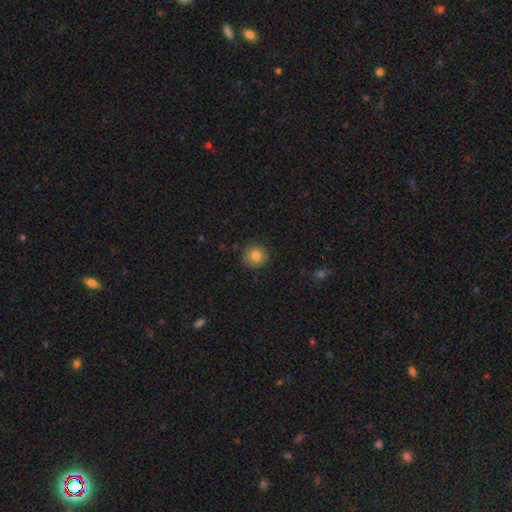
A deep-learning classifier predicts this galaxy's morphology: A smooth galaxy with no disk features (82%) that is round (91%).

Vote fractions:
- Smooth or featured? smooth: 82% / star or artifact: 10% / featured or disk: 8%
- How rounded? round: 91% / in between: 8% / cigar-shaped: 1%
- Merging? none: 86% / minor disturbance: 10% / major disturbance: 2% / merger: 1%